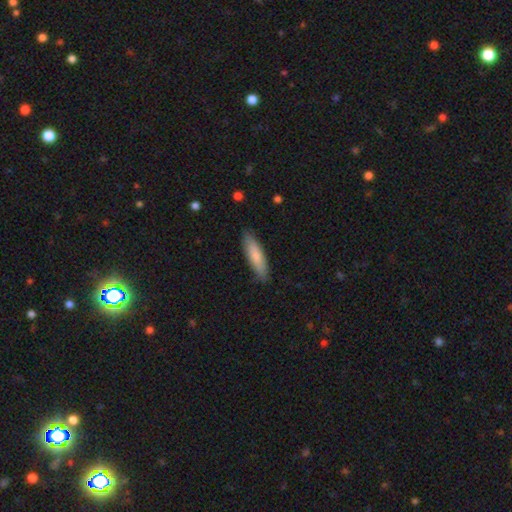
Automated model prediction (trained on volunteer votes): smooth-or-featured: smooth: 79% | featured or disk: 16% | star or artifact: 5%
  how-rounded: cigar-shaped: 69% | in between: 29% | round: 1%
  merging: none: 87% | minor disturbance: 10% | major disturbance: 2% | merger: 1%